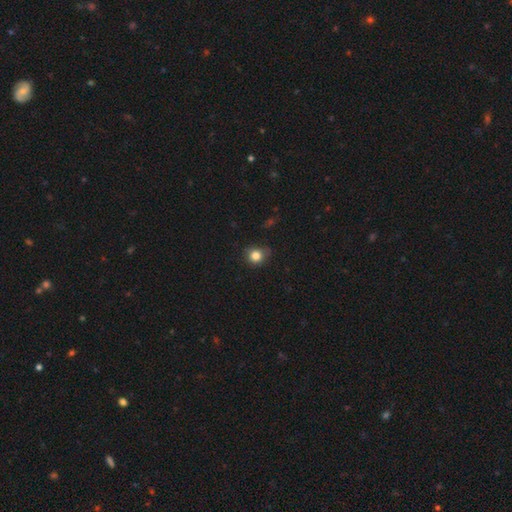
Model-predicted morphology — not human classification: type=smooth (83%); roundness=round (84%); merging=none (76%).